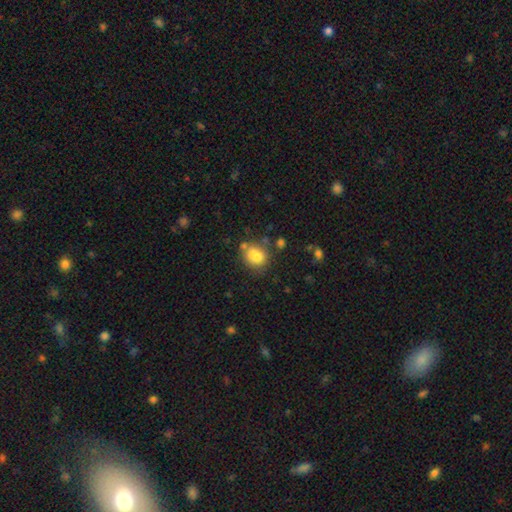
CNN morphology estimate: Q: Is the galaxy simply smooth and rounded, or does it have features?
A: smooth — 75%.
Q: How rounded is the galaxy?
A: round — 59%.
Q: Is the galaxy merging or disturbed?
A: none — 51%.